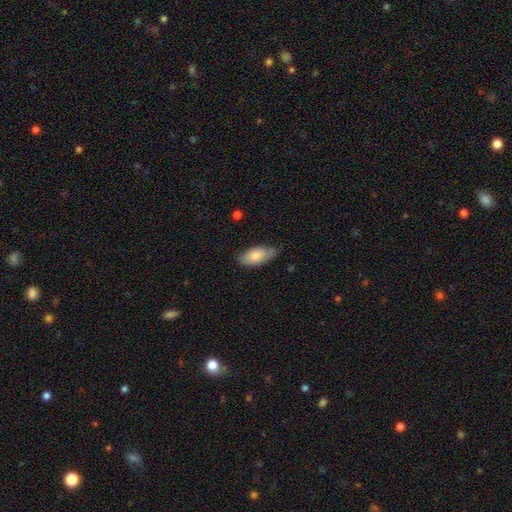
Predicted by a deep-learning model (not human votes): Smooth or featured? smooth (81%)
How rounded? in between (90%)
Merging? none (67%)